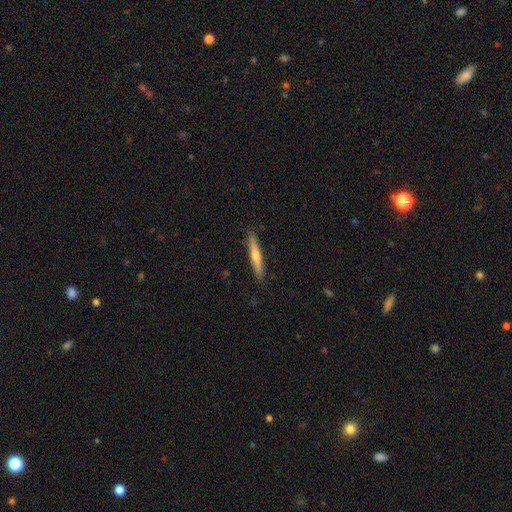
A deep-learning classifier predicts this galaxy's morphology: type=featured or disk (51%); edge-on=yes (95%); merging=none (91%).